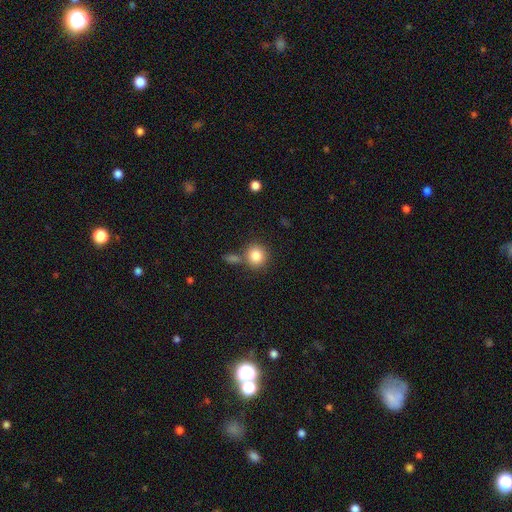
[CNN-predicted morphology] This appears to be a smooth galaxy with no disk features (84%) that is round (87%). Merging: none (69%).